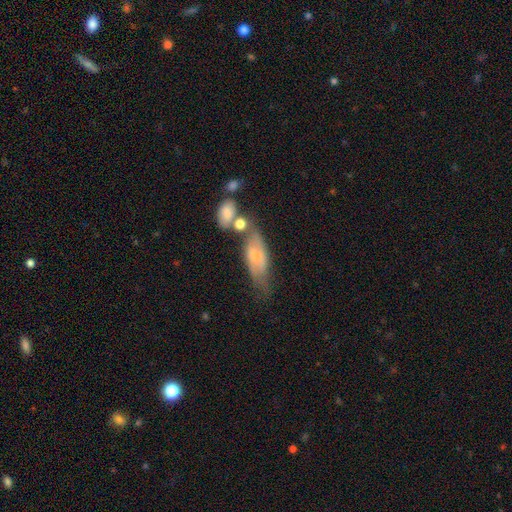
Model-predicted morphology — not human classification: Overall: smooth (48%; featured or disk 44%). Merging: none (44%; minor disturbance 25%).